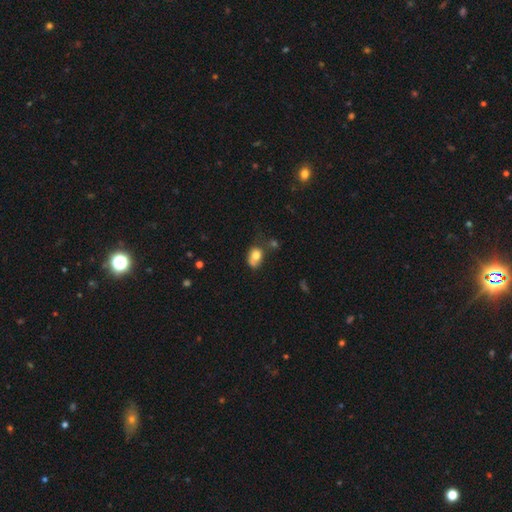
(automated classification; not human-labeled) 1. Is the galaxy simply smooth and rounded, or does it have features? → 75% smooth, 15% featured or disk, 9% star or artifact.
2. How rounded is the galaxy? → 66% in between, 33% round, 1% cigar-shaped.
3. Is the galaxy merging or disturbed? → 37% none, 30% minor disturbance, 17% merger, 17% major disturbance.